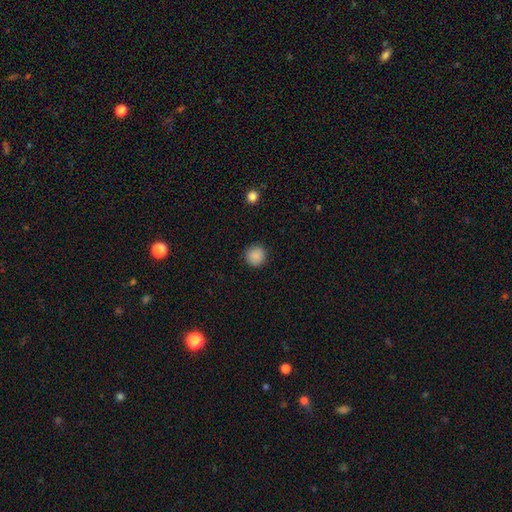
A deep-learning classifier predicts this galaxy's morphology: This appears to be a smooth galaxy with no disk features (88%) that is round (95%). Merging: none (92%).